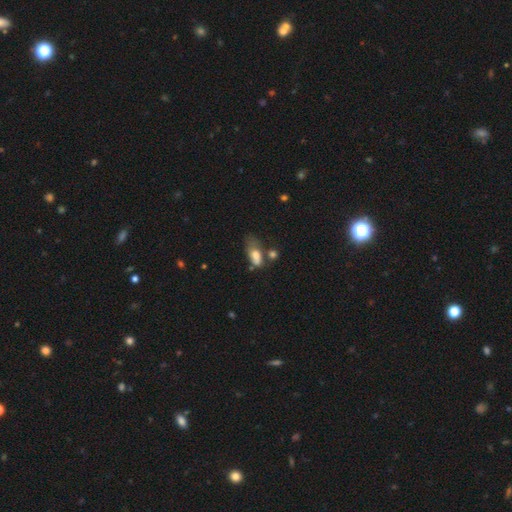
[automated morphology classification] A smooth galaxy with no disk features (68%) that is in between round and cigar-shaped (84%).

Vote fractions:
- Smooth or featured? smooth: 68% / featured or disk: 22% / star or artifact: 10%
- How rounded? in between: 84% / round: 10% / cigar-shaped: 6%
- Merging? major disturbance: 32% / minor disturbance: 24% / none: 22% / merger: 22%